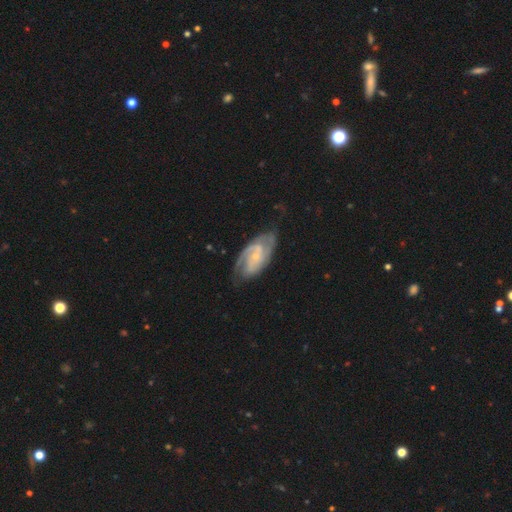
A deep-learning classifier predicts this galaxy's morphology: Overall: featured or disk (85%). Edge-on disk: no (96%). Bar: no (54%; weak 36%). Spiral arms: yes (96%). Spiral arm count: 2 (71%). Spiral winding: medium (45%; tight 43%). Bulge size: small (73%). Merging: none (68%).